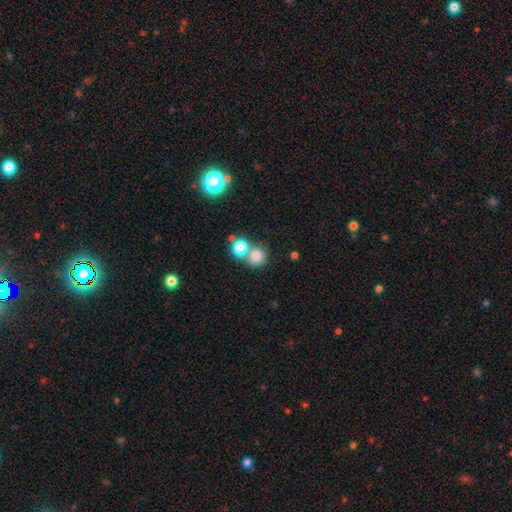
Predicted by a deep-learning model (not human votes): A smooth galaxy with no disk features (78%) that is round (82%).

Vote fractions:
- Smooth or featured? smooth: 78% / star or artifact: 13% / featured or disk: 9%
- How rounded? round: 82% / in between: 17% / cigar-shaped: 1%
- Merging? merger: 45% / none: 44% / minor disturbance: 7% / major disturbance: 4%